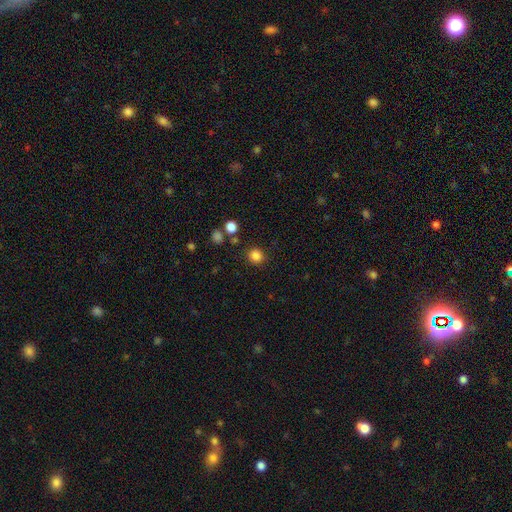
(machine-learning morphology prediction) Q: Smooth or featured?
A: smooth (84%); runner-up: star or artifact (12%)
Q: How rounded?
A: round (88%); runner-up: in between (11%)
Q: Merging?
A: none (87%); runner-up: minor disturbance (7%)